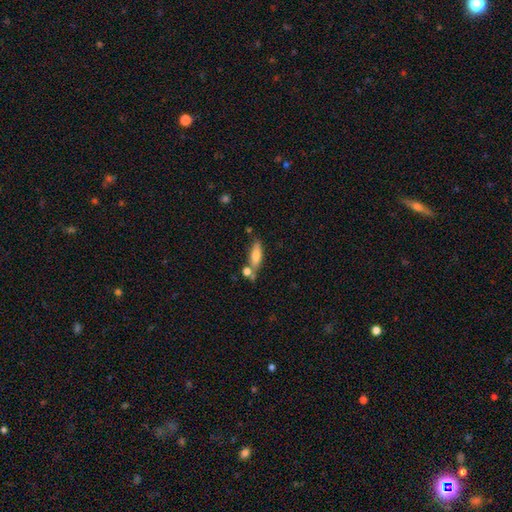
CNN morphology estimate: Smooth or featured? smooth (74%)
How rounded? in between (56%)
Merging? none (57%)